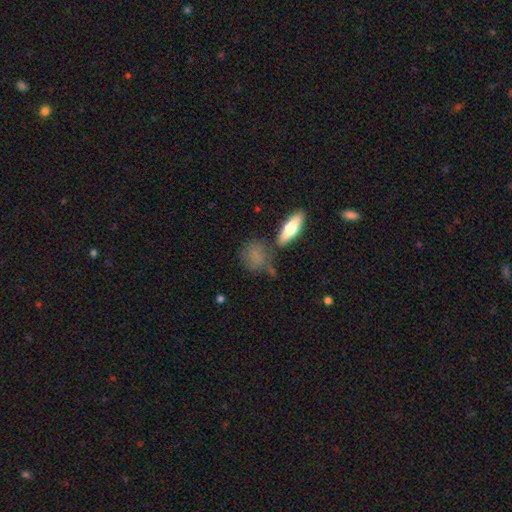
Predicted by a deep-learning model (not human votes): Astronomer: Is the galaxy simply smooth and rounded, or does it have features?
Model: smooth — 73%.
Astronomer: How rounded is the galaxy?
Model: round — 49% (runner-up: in between, 44%).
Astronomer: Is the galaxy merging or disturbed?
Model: none — 60%.